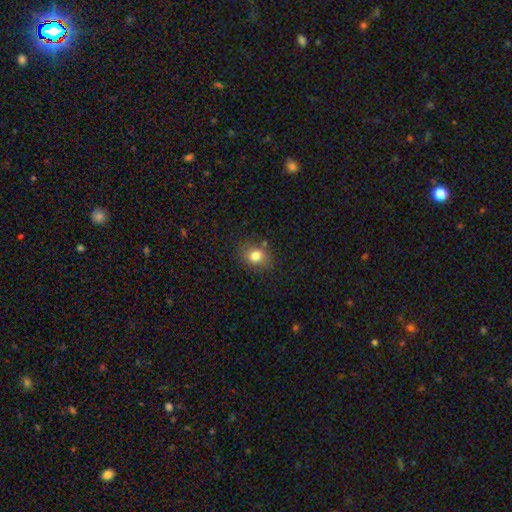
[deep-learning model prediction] smooth_or_featured: smooth (p=0.82) [alt: star or artifact p=0.11]
how_rounded: in between (p=0.50) [alt: round p=0.49]
merging: none (p=0.76) [alt: minor disturbance p=0.15]